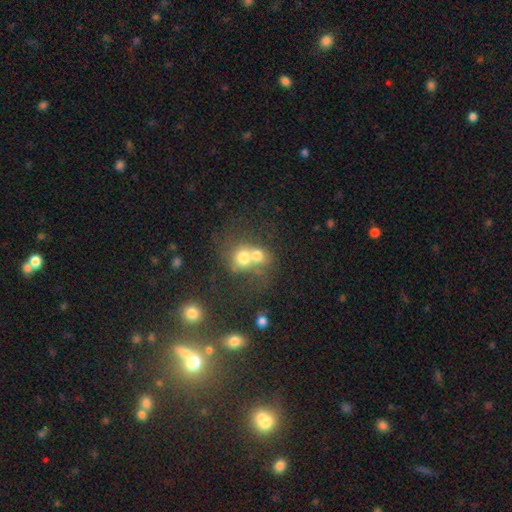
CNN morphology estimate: smooth_or_featured: smooth (p=0.66) [alt: featured or disk p=0.21]
how_rounded: round (p=0.68) [alt: in between p=0.31]
merging: merger (p=0.65) [alt: none p=0.22]